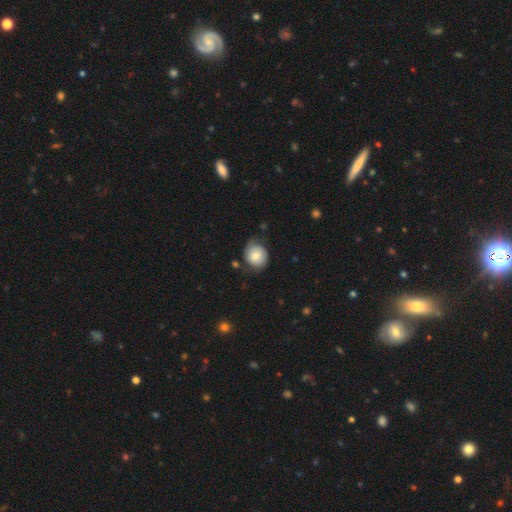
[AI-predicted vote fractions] Smooth or featured?
  - smooth: 67% *
  - featured or disk: 26%
  - star or artifact: 7%
How rounded?
  - round: 75% *
  - in between: 24%
  - cigar-shaped: 1%
Merging?
  - none: 60% *
  - minor disturbance: 28%
  - major disturbance: 9%
  - merger: 3%